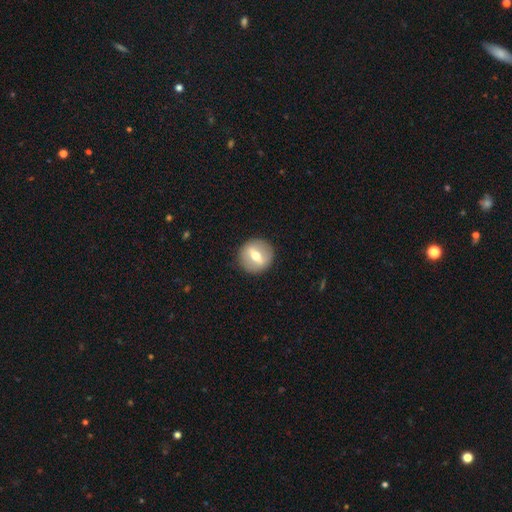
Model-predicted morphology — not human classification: Overall: featured or disk (51%; smooth 42%). Edge-on disk: no (74%). Merging: none (89%).